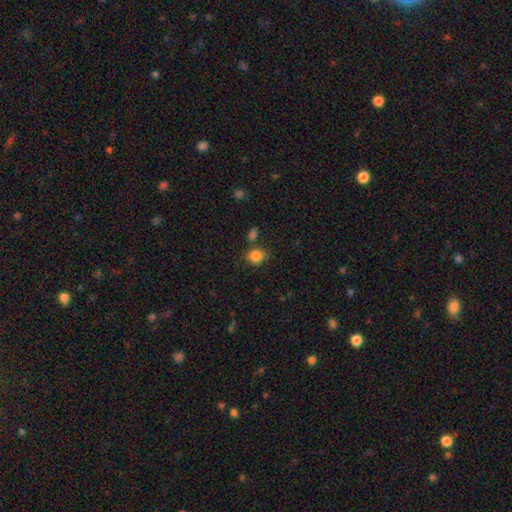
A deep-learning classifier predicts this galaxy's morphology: A smooth galaxy with no disk features (85%) that is round (67%). Merging: none (70%).